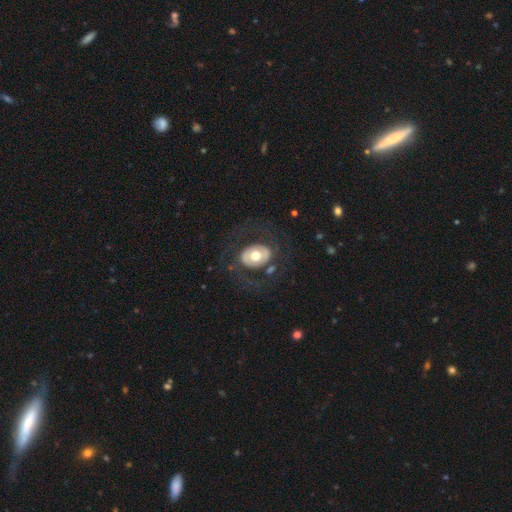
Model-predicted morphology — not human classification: Smooth or featured? Predicted: featured or disk (p=0.53). Edge-on disk? Predicted: no (p=0.94). Bar? Predicted: no (p=0.77). Spiral arms? Predicted: no (p=0.67). Bulge size? Predicted: moderate (p=0.66). Merging? Predicted: none (p=0.68).